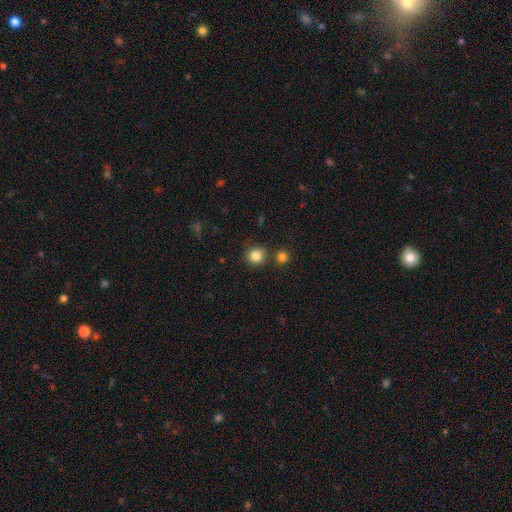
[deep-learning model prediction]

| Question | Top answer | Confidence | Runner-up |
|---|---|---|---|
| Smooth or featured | smooth | 84% | star or artifact (11%) |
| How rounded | round | 89% | in between (10%) |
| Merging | none | 81% | merger (8%) |